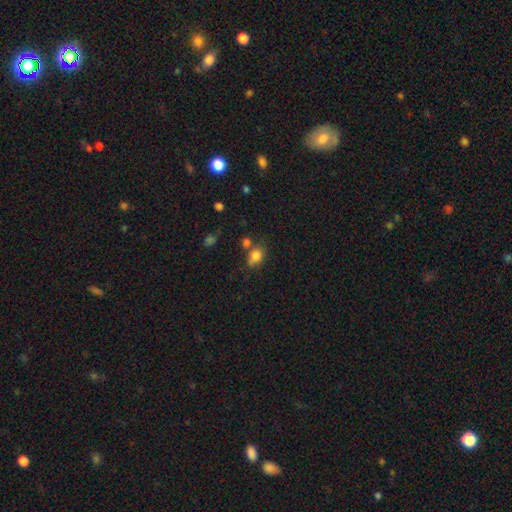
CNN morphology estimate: This appears to be a smooth galaxy with no disk features (80%) that is in between round and cigar-shaped (51%). Merging: none (51%).